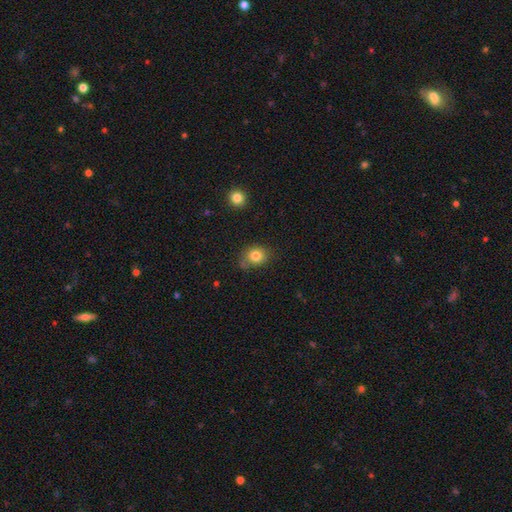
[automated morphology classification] The model was most divided on "how rounded": round: 65%, in between: 34%, cigar-shaped: 1%. More confident: smooth or featured — smooth (81%); merging — none (69%).